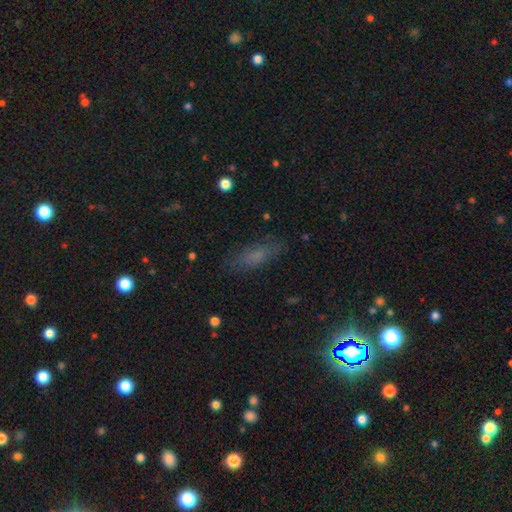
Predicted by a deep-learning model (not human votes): Q: Smooth or featured?
A: smooth (59%); runner-up: star or artifact (22%)
Q: How rounded?
A: in between (59%); runner-up: cigar-shaped (36%)
Q: Merging?
A: none (79%); runner-up: minor disturbance (14%)